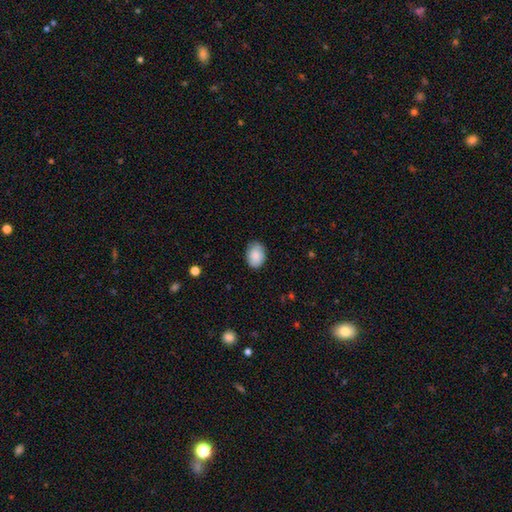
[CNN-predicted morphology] Overall: smooth (87%). How rounded: in between (76%). Merging: none (80%).